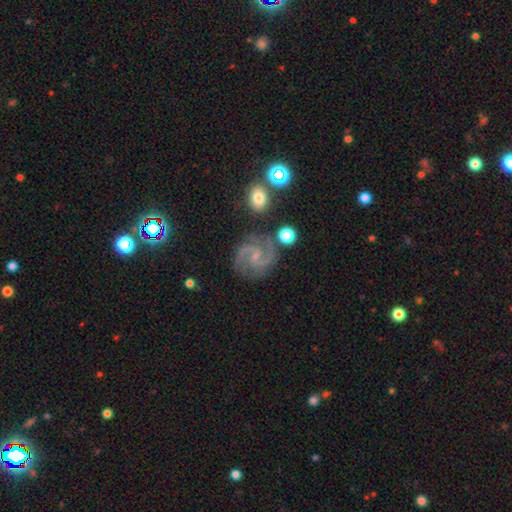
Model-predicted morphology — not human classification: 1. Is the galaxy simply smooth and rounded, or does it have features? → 90% featured or disk, 6% star or artifact, 5% smooth.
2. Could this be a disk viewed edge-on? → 98% no, 2% yes.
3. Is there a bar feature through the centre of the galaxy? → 48% weak, 40% no, 12% strong.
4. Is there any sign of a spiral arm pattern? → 98% yes, 2% no.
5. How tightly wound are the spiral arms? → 62% medium, 25% tight, 13% loose.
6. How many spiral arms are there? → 90% 2, 4% 3, 3% can't tell, 1% 1, 1% 4, 1% more than 4.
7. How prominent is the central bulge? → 71% small, 14% none, 13% moderate, 1% large, 1% dominant.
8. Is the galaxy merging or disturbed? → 79% none, 14% minor disturbance, 5% major disturbance, 3% merger.